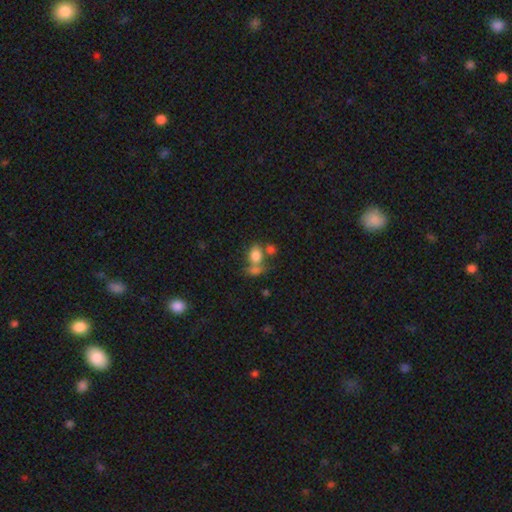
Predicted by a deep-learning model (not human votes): smooth_or_featured: smooth (p=0.78) [alt: star or artifact p=0.12]
how_rounded: in between (p=0.70) [alt: round p=0.28]
merging: merger (p=0.43) [alt: none p=0.37]